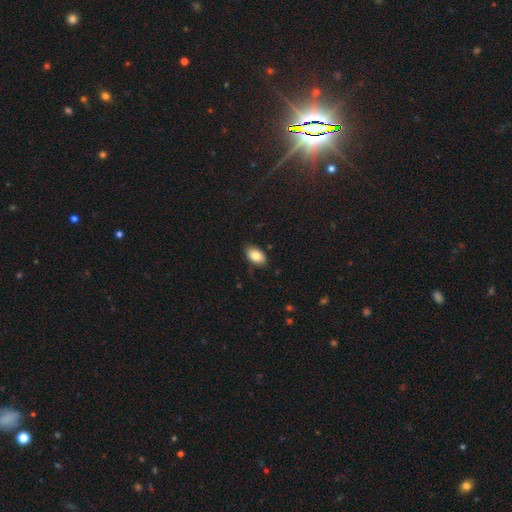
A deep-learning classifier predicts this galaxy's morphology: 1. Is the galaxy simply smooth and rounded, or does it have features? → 82% smooth, 11% featured or disk, 8% star or artifact.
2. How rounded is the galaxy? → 92% in between, 6% round, 2% cigar-shaped.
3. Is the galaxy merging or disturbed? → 83% none, 13% minor disturbance, 2% major disturbance, 1% merger.